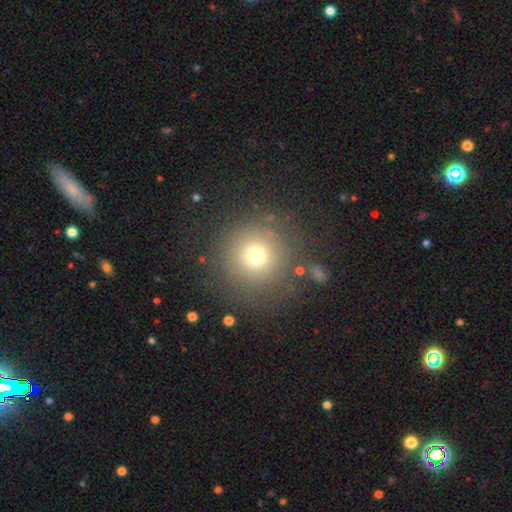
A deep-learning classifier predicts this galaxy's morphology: This appears to be a smooth galaxy with no disk features (71%) that is round (95%). Merging: none (82%).